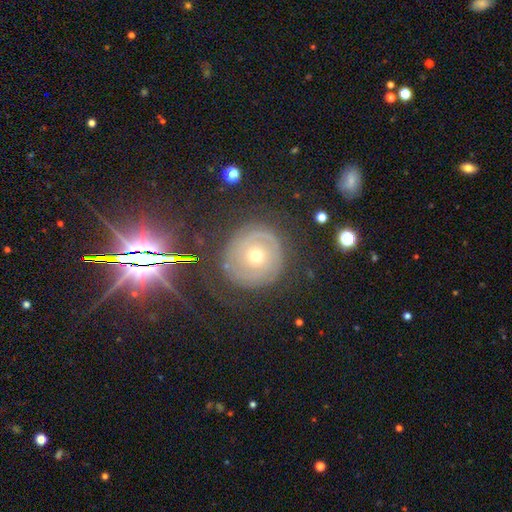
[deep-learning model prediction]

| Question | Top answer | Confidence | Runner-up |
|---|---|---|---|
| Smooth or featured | featured or disk | 65% | smooth (21%) |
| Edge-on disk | no | 96% | yes (4%) |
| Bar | no | 81% | weak (14%) |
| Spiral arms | yes | 73% | no (27%) |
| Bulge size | moderate | 50% | small (46%) |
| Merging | none | 79% | minor disturbance (13%) |